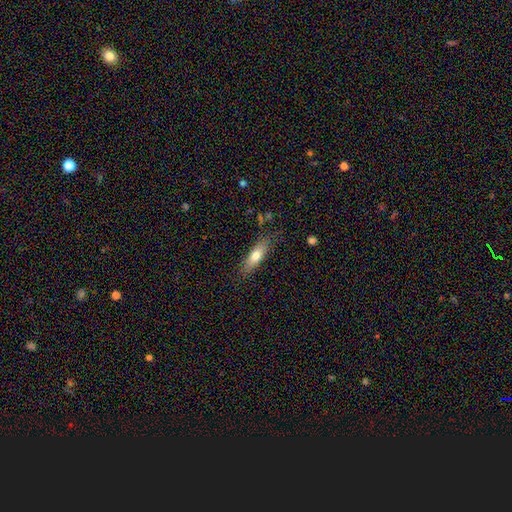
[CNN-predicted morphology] type=smooth (69%); roundness=cigar-shaped (50%); merging=none (79%).